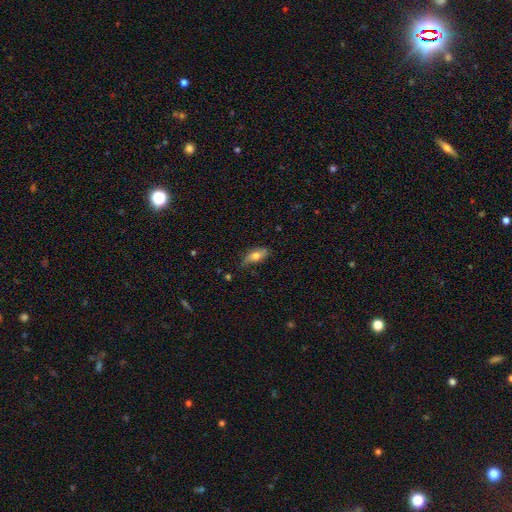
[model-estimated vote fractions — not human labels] Overall: smooth (69%). How rounded: in between (77%). Merging: none (69%).